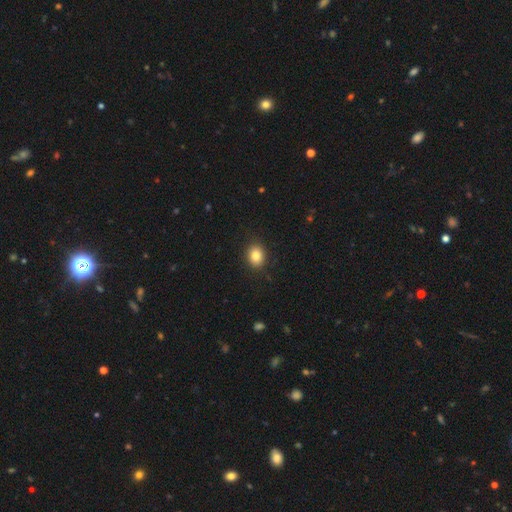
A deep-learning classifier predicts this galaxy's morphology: This is clearly a smooth galaxy (84%). How rounded: possibly round (54%). Merging: clearly none (88%).